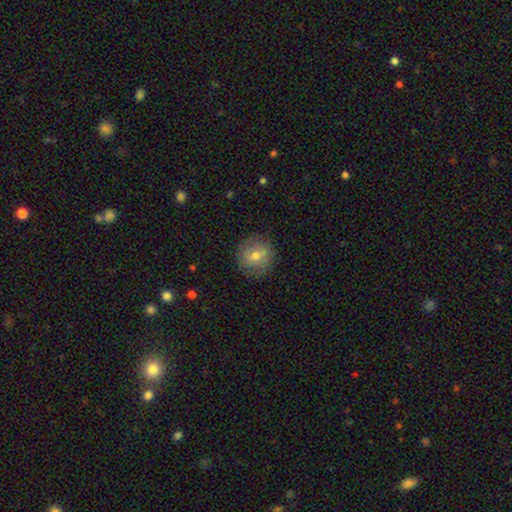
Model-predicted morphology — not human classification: The model was most divided on "smooth or featured": smooth: 59%, featured or disk: 33%, star or artifact: 9%. More confident: how rounded — round (89%); merging — none (82%).